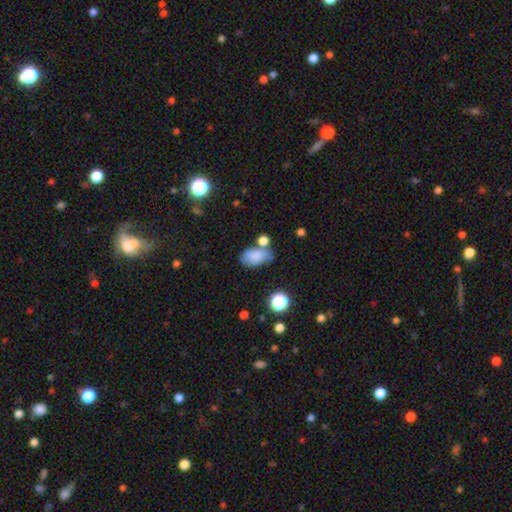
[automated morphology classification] A smooth galaxy with no disk features (79%) that is in between round and cigar-shaped (88%). Merging: none (46%).